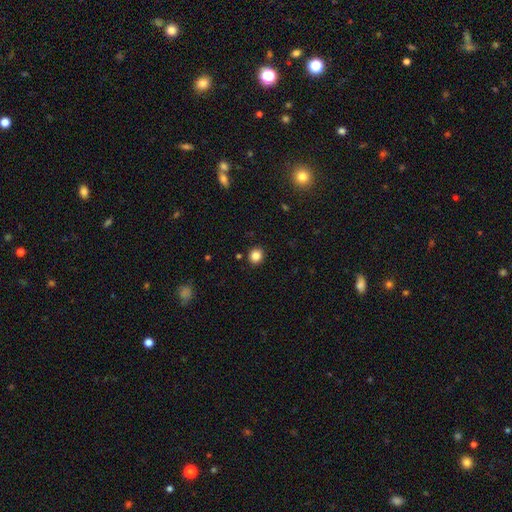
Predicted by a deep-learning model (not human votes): smooth_or_featured: smooth (p=0.84) [alt: star or artifact p=0.12]
how_rounded: round (p=0.85) [alt: in between p=0.14]
merging: none (p=0.91) [alt: minor disturbance p=0.06]